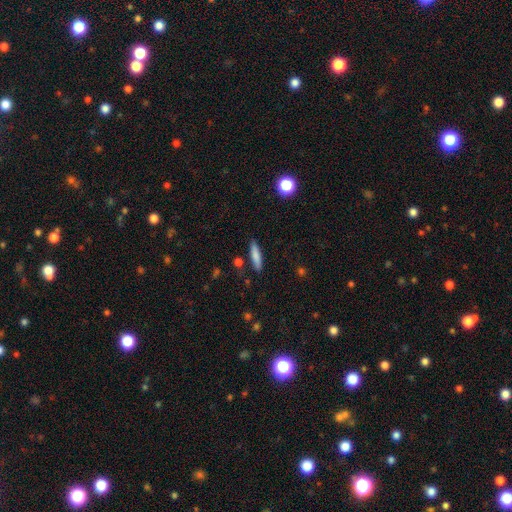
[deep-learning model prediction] The model was most divided on "how rounded": cigar-shaped: 79%, in between: 19%, round: 2%. More confident: merging — none (85%); smooth or featured — smooth (79%).